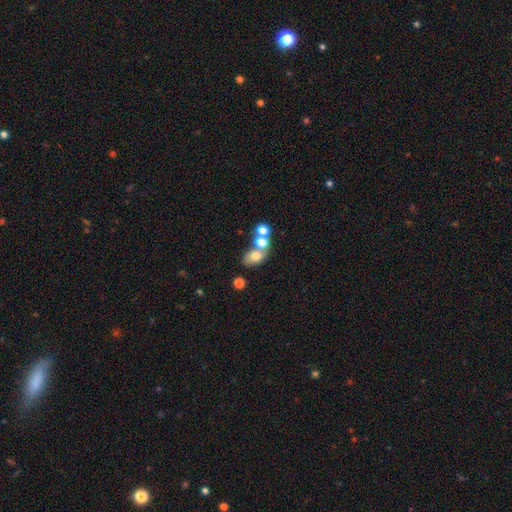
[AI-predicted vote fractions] A smooth galaxy with no disk features (68%) that is in between round and cigar-shaped (68%). Merging: merger (45%).